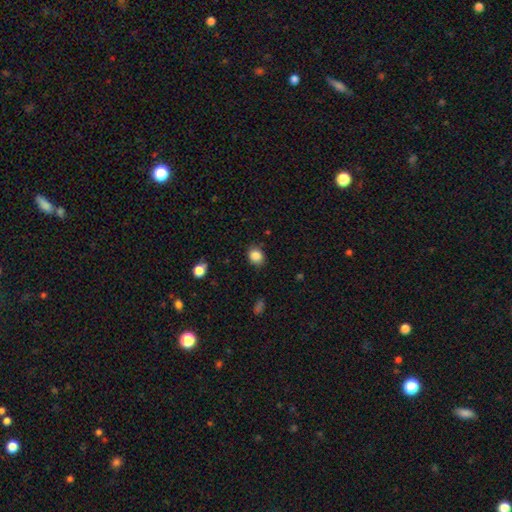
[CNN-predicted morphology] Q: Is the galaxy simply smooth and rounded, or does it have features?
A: smooth — 86%.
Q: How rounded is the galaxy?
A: round — 65%.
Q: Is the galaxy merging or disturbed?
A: none — 83%.